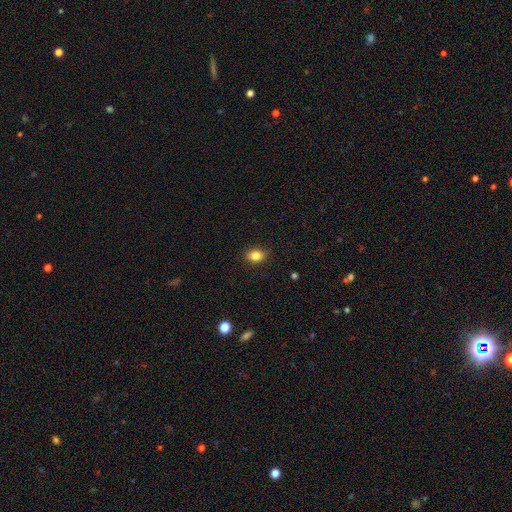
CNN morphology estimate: Smooth or featured?
  - smooth: 84% *
  - star or artifact: 10%
  - featured or disk: 6%
How rounded?
  - in between: 66% *
  - round: 33%
  - cigar-shaped: 1%
Merging?
  - none: 88% *
  - minor disturbance: 9%
  - major disturbance: 2%
  - merger: 1%